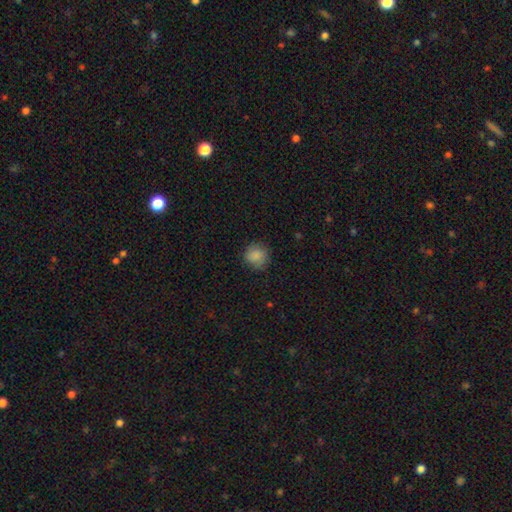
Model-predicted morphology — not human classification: Q: Smooth or featured?
A: smooth (82%); runner-up: featured or disk (9%)
Q: How rounded?
A: round (90%); runner-up: in between (9%)
Q: Merging?
A: none (80%); runner-up: minor disturbance (15%)